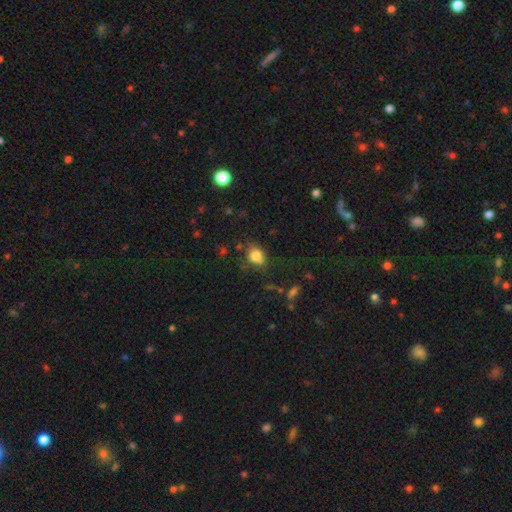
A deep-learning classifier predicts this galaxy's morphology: This appears to be a smooth galaxy with no disk features (79%) that is round (50%). Merging: none (68%).